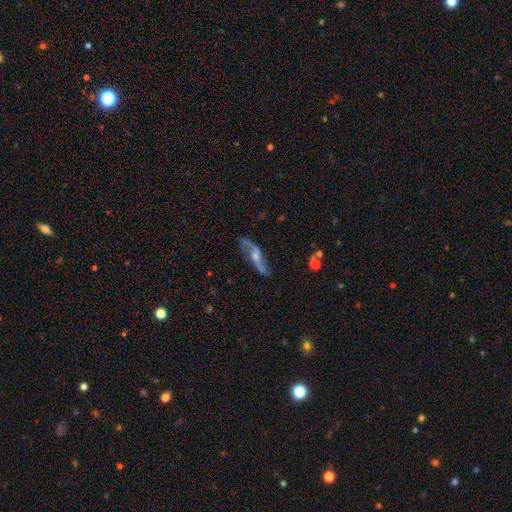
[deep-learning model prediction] Q: Smooth or featured?
A: featured or disk (81%); runner-up: smooth (12%)
Q: Edge-on disk?
A: no (81%); runner-up: yes (19%)
Q: Bar?
A: no (48%); runner-up: weak (37%)
Q: Spiral arms?
A: yes (93%); runner-up: no (7%)
Q: Spiral winding?
A: loose (76%); runner-up: medium (18%)
Q: Spiral arm count?
A: 2 (91%); runner-up: can't tell (4%)
Q: Bulge size?
A: moderate (49%); runner-up: small (37%)
Q: Merging?
A: none (76%); runner-up: minor disturbance (16%)